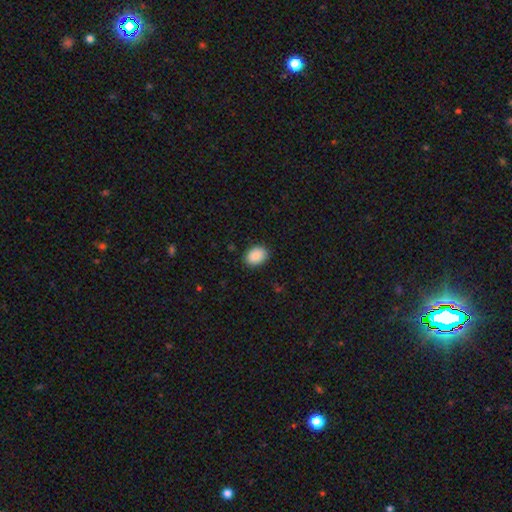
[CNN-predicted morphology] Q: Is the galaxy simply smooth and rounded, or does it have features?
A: smooth — 90%.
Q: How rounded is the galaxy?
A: in between — 72%.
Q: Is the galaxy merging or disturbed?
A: none — 88%.